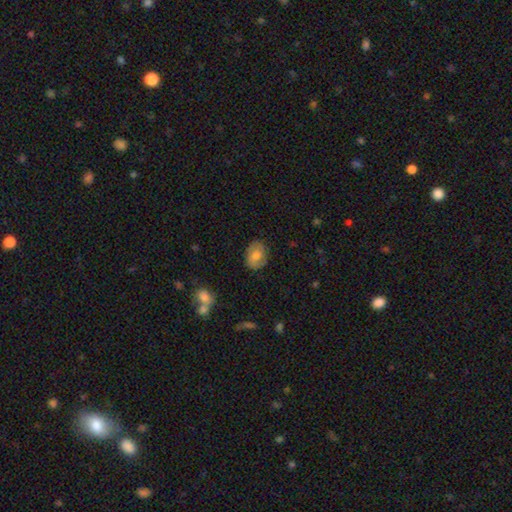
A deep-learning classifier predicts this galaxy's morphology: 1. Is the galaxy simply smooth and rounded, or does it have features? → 68% smooth, 24% featured or disk, 8% star or artifact.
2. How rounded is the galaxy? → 65% in between, 33% round, 1% cigar-shaped.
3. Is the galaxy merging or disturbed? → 79% none, 16% minor disturbance, 4% major disturbance, 1% merger.